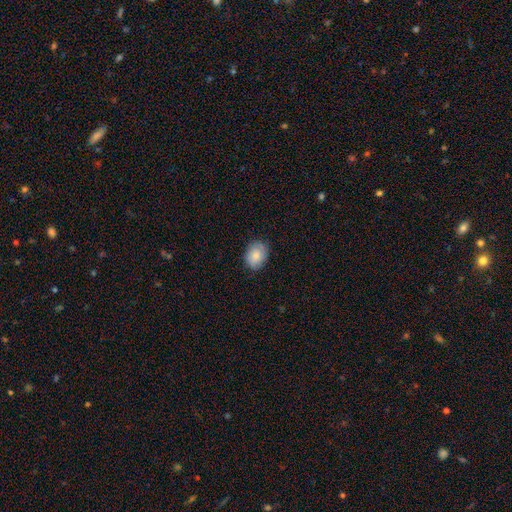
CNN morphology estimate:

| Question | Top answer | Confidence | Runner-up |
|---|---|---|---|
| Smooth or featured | smooth | 81% | featured or disk (12%) |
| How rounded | in between | 64% | round (35%) |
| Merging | none | 81% | minor disturbance (15%) |